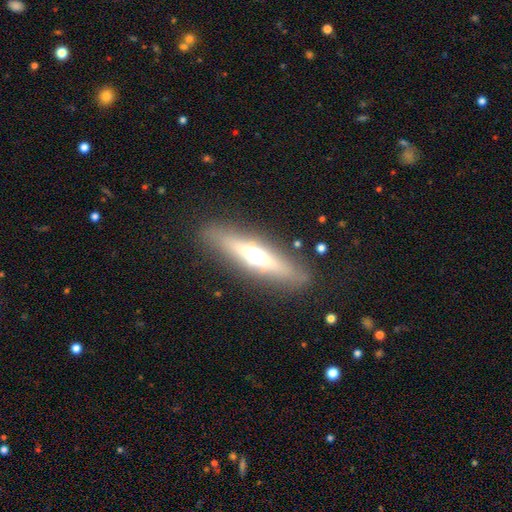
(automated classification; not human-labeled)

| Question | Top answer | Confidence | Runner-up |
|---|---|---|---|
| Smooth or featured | featured or disk | 59% | smooth (33%) |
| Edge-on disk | yes | 88% | no (12%) |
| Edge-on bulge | rounded | 89% | boxy (5%) |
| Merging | none | 85% | minor disturbance (10%) |